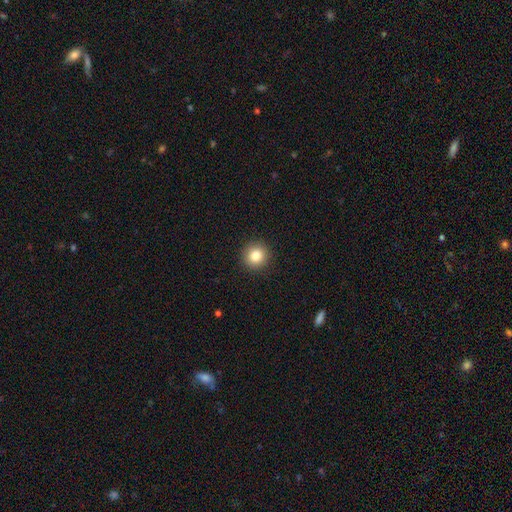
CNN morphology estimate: The model was most divided on "smooth or featured": smooth: 83%, star or artifact: 10%, featured or disk: 7%. More confident: how rounded — round (93%); merging — none (92%).